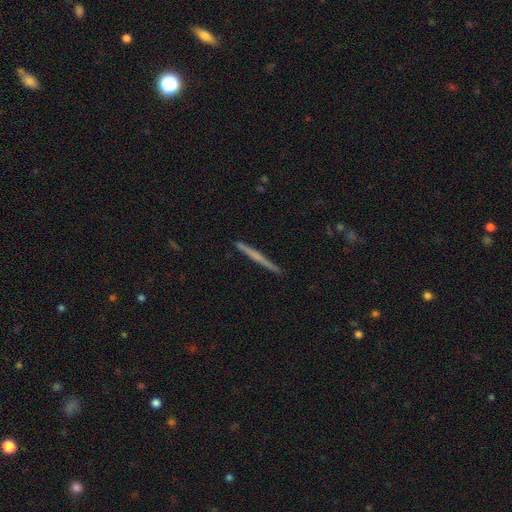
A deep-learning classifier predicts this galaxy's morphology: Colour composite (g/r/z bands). It shows a featured or disk galaxy (53%) viewed edge-on (98%) with no central bulge (76%). Merging: none (91%).